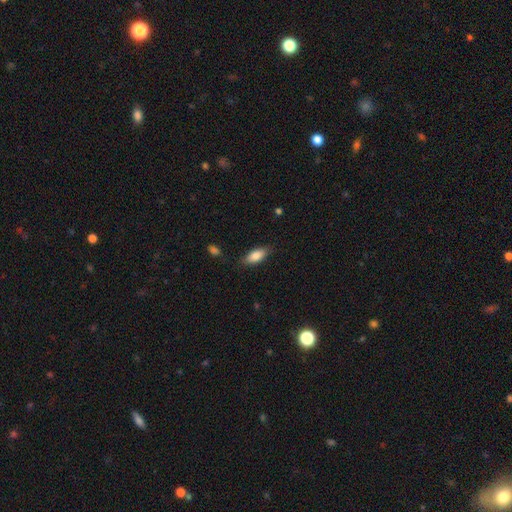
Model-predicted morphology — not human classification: The model was most divided on "merging": none: 80%, minor disturbance: 15%, major disturbance: 3%, merger: 2%. More confident: how rounded — in between (84%); smooth or featured — smooth (83%).